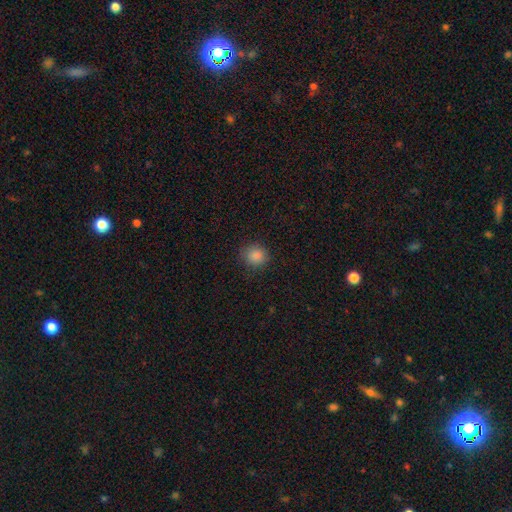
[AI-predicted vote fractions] Smooth or featured: smooth — 86% (star or artifact — 11%)
How rounded: round — 83% (in between — 16%)
Merging: none — 87% (minor disturbance — 10%)